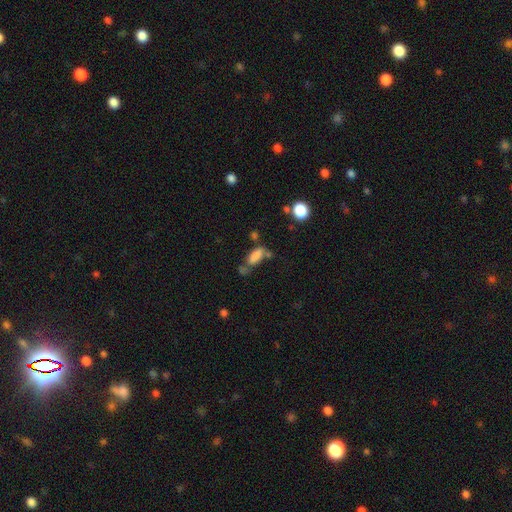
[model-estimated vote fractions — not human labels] Smooth or featured? smooth (79%)
How rounded? in between (79%)
Merging? none (43%)